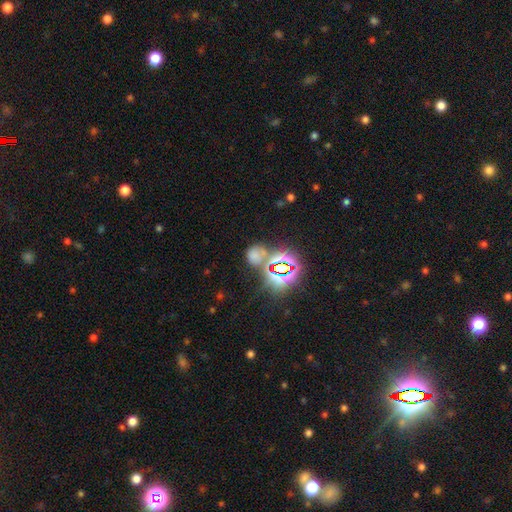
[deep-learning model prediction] A star or artifact, not a galaxy (46%).

Vote fractions:
- Smooth or featured? star or artifact: 46% / smooth: 44% / featured or disk: 10%